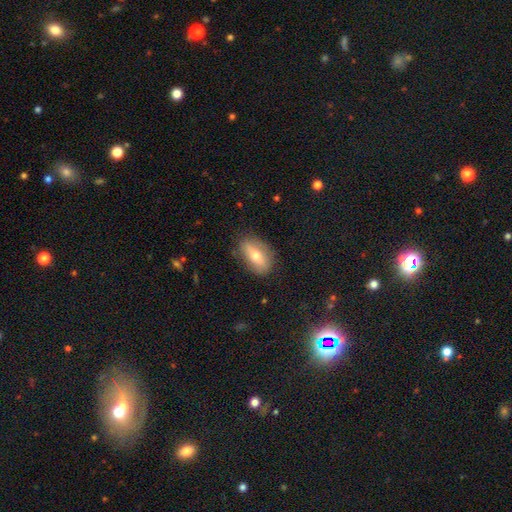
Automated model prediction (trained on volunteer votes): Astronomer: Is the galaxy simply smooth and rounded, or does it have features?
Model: smooth — 62%.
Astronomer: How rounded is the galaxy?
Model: in between — 84%.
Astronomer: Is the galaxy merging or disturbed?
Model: none — 81%.